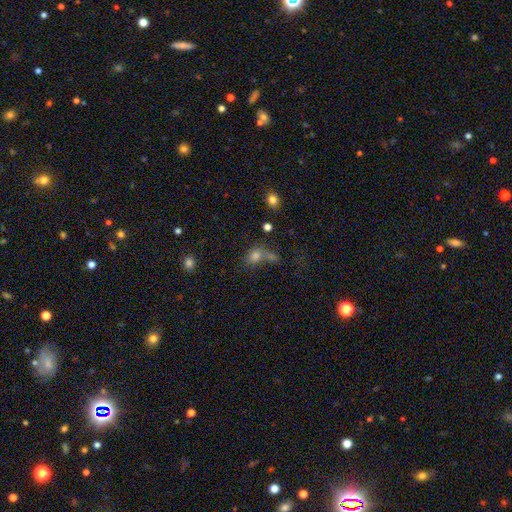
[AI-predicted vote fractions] Morphology: type=smooth (69%); roundness=in between (52%); merging=merger (38%, tied with none).